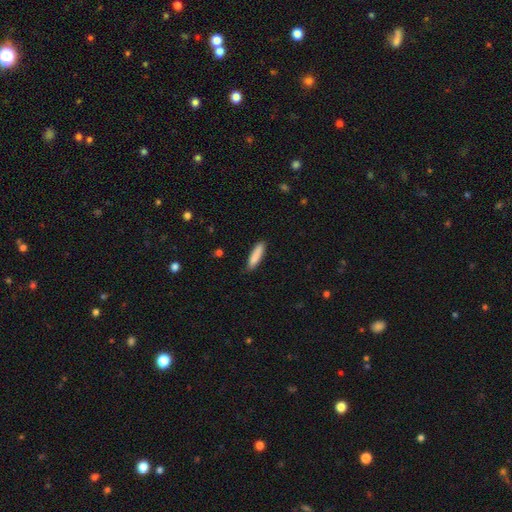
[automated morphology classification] Q: Smooth or featured?
A: smooth (87%); runner-up: featured or disk (7%)
Q: How rounded?
A: cigar-shaped (74%); runner-up: in between (25%)
Q: Merging?
A: none (84%); runner-up: minor disturbance (13%)